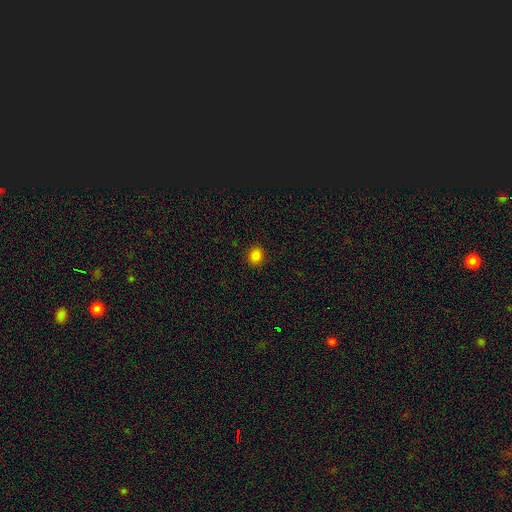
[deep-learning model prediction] smooth-or-featured: smooth: 83% | star or artifact: 13% | featured or disk: 4%
  how-rounded: round: 71% | in between: 29% | cigar-shaped: 1%
  merging: none: 91% | minor disturbance: 6% | major disturbance: 2% | merger: 1%